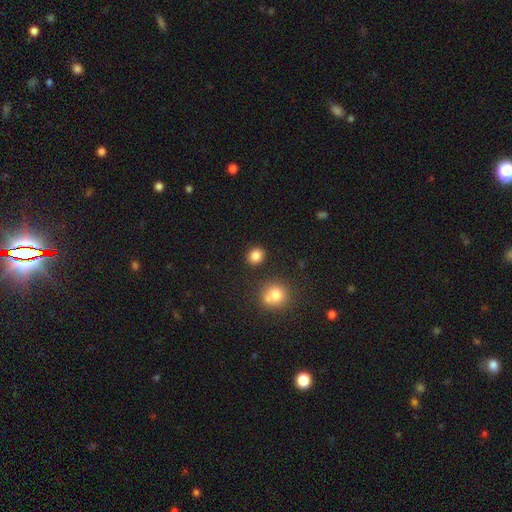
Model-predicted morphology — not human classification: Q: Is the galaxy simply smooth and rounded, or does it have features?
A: smooth — 84%.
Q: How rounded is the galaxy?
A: round — 71%.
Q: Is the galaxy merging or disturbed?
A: none — 86%.